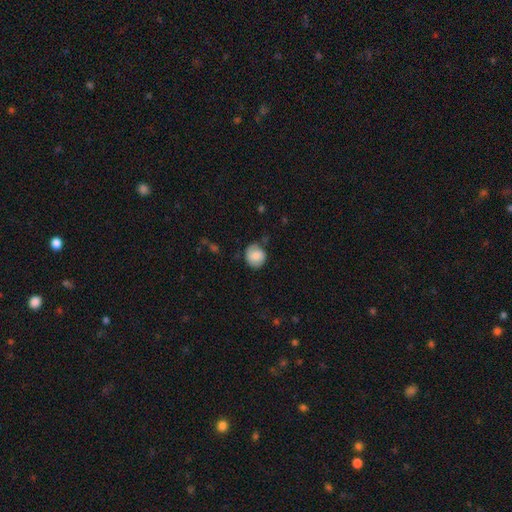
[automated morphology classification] A smooth galaxy with no disk features (77%) that is round (83%). Merging: none (68%).